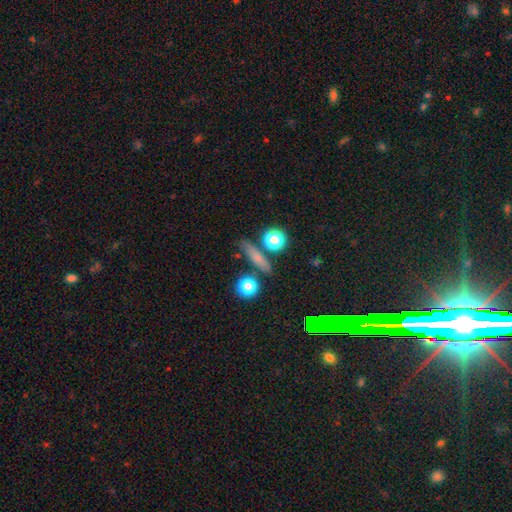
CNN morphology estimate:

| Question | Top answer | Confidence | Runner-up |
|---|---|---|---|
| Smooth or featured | smooth | 69% | featured or disk (18%) |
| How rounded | cigar-shaped | 63% | round (19%) |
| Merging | none | 80% | minor disturbance (10%) |